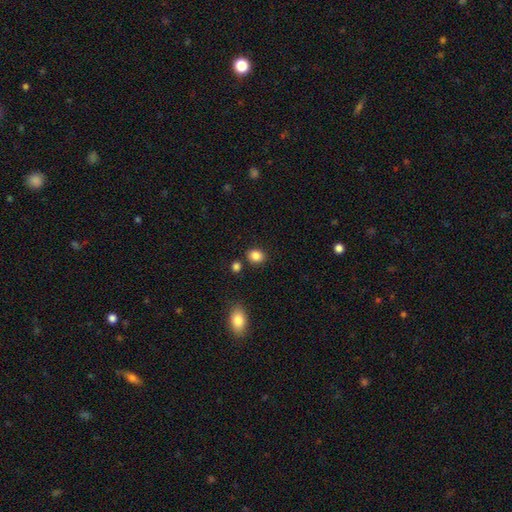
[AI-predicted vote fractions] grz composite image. It shows a smooth galaxy with no disk features (86%) that is round (51%). Merging: none (81%).